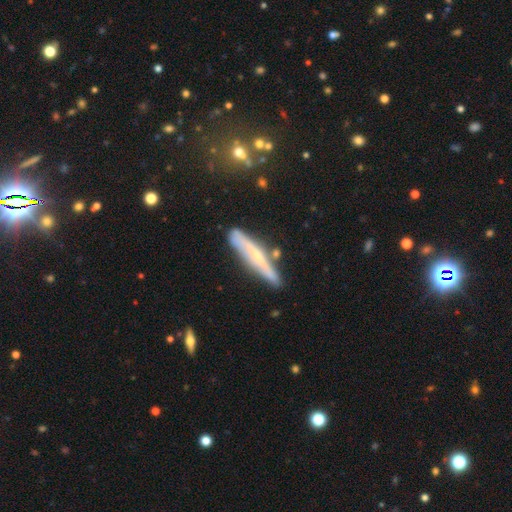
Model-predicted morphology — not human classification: smooth-or-featured: featured or disk: 54% | smooth: 39% | star or artifact: 7%
  disk-edge-on: yes: 81% | no: 19%
  merging: none: 76% | minor disturbance: 16% | merger: 5% | major disturbance: 3%